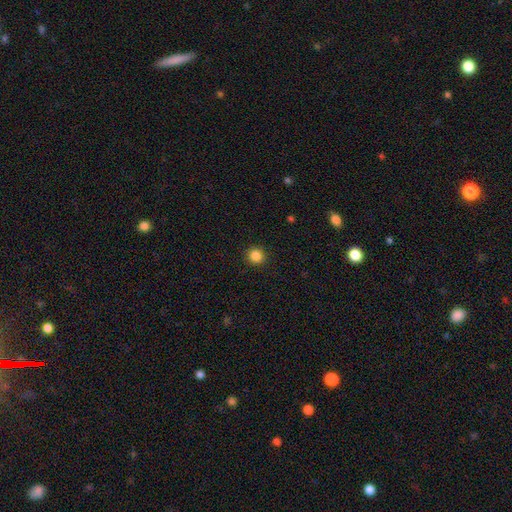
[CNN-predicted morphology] type=smooth (86%); roundness=round (93%); merging=none (92%).